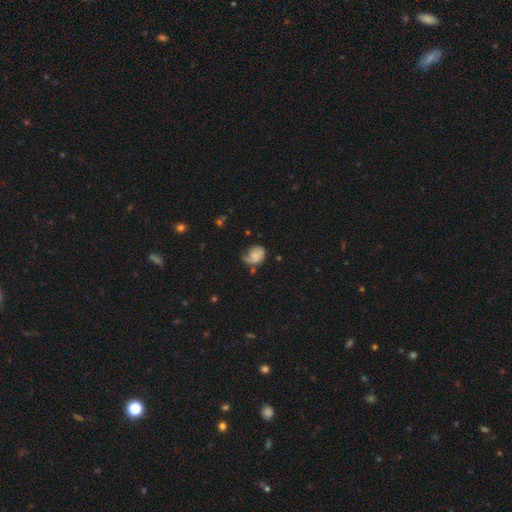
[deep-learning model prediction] Smooth or featured? smooth (46%)
Merging? none (36%)